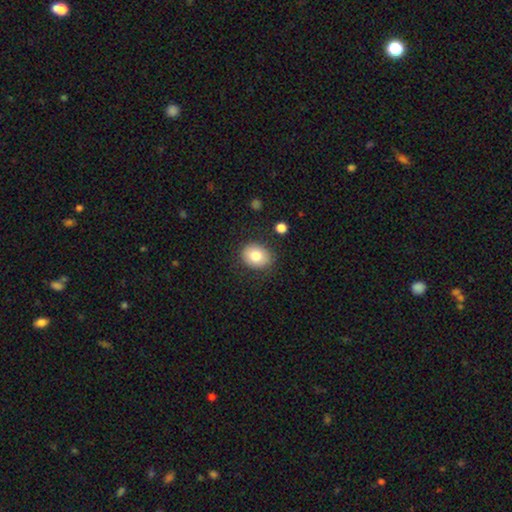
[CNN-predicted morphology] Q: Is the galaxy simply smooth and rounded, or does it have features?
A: smooth — 80%.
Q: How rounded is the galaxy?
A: round — 53%.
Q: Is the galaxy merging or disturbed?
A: none — 83%.